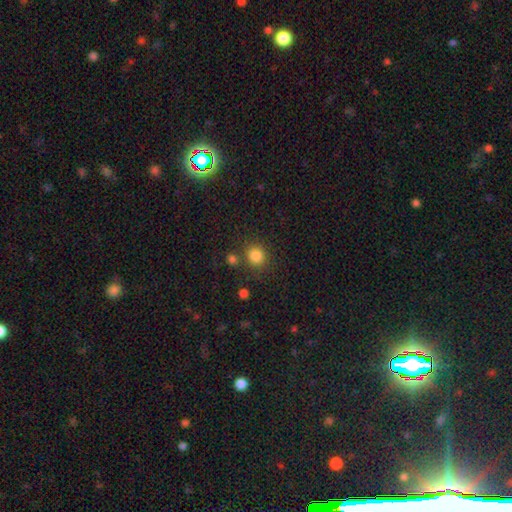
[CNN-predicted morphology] Smooth or featured?
  - smooth: 83% *
  - star or artifact: 12%
  - featured or disk: 5%
How rounded?
  - round: 88% *
  - in between: 11%
  - cigar-shaped: 1%
Merging?
  - none: 80% *
  - minor disturbance: 9%
  - merger: 8%
  - major disturbance: 3%